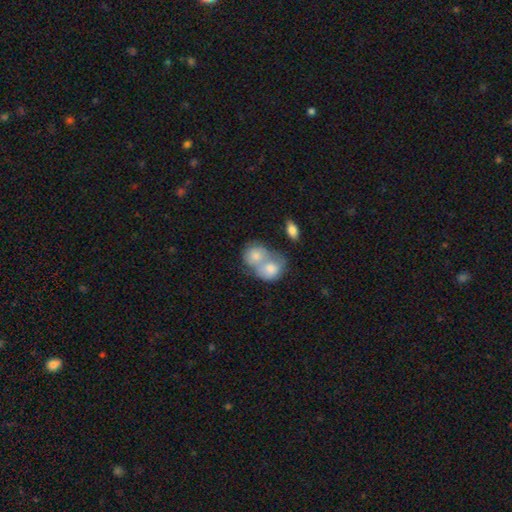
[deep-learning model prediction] This is likely a smooth galaxy (72%). How rounded: possibly round (55%). Merging: likely merger (75%).